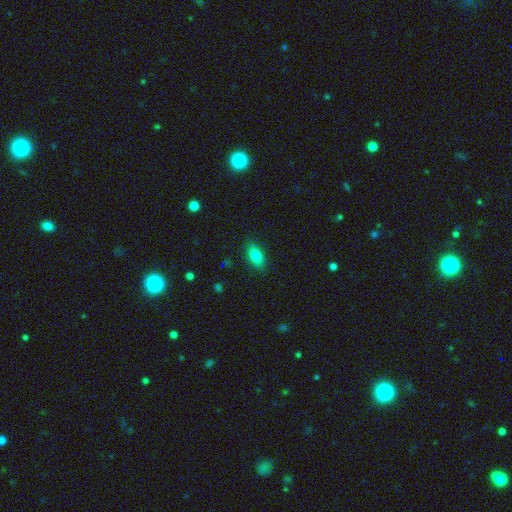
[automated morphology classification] This appears to be a smooth galaxy with no disk features (82%) that is in between round and cigar-shaped (86%). Merging: none (86%).